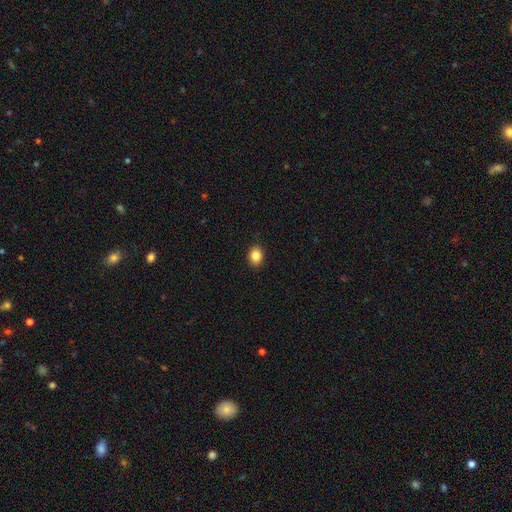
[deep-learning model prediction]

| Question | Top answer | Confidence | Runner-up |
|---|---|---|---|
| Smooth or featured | smooth | 86% | star or artifact (10%) |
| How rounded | in between | 57% | round (42%) |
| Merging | none | 90% | minor disturbance (7%) |